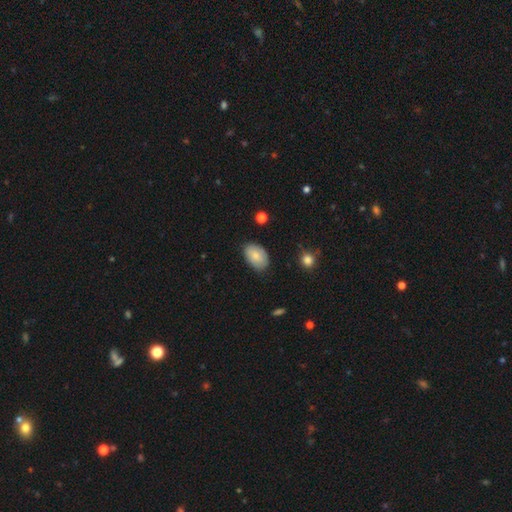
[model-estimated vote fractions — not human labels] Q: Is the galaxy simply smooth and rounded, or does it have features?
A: smooth — 80%.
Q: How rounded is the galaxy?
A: in between — 90%.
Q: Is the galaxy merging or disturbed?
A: none — 78%.